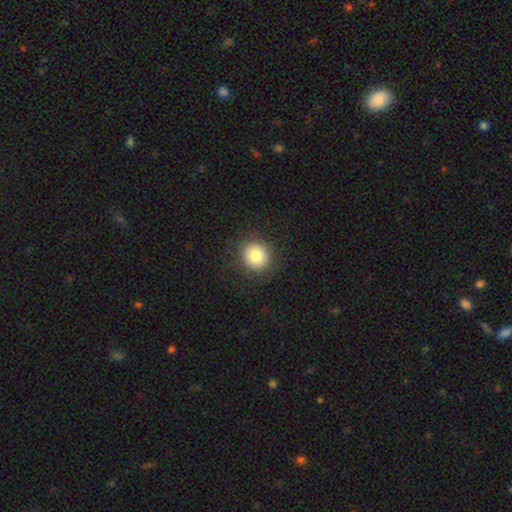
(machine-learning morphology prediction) smooth_or_featured: smooth (p=0.83) [alt: star or artifact p=0.10]
how_rounded: round (p=0.90) [alt: in between p=0.09]
merging: none (p=0.87) [alt: minor disturbance p=0.08]